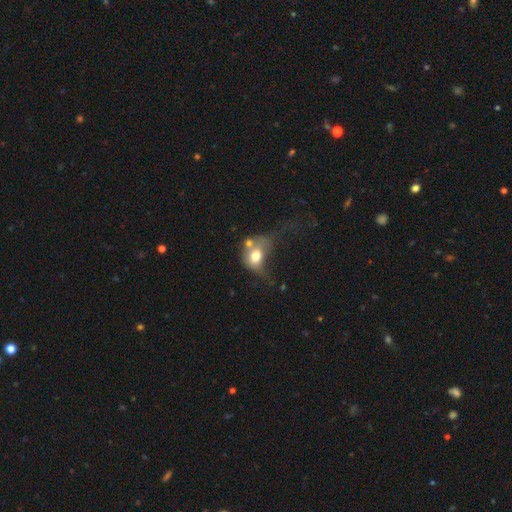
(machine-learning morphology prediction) Smooth or featured? smooth (67%)
How rounded? in between (54%)
Merging? major disturbance (33%)